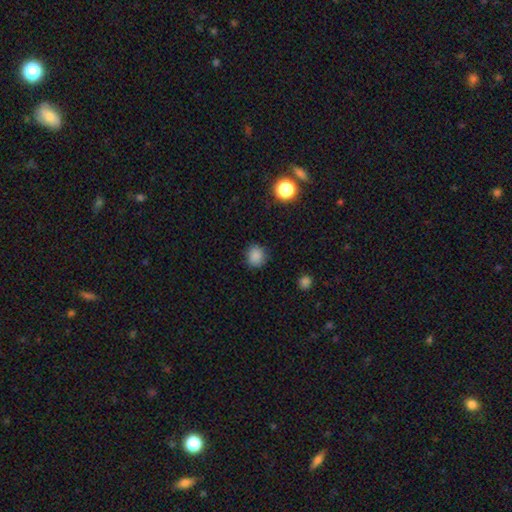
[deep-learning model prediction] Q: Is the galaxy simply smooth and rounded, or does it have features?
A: smooth — 85%.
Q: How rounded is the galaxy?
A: round — 85%.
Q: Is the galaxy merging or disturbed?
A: none — 86%.